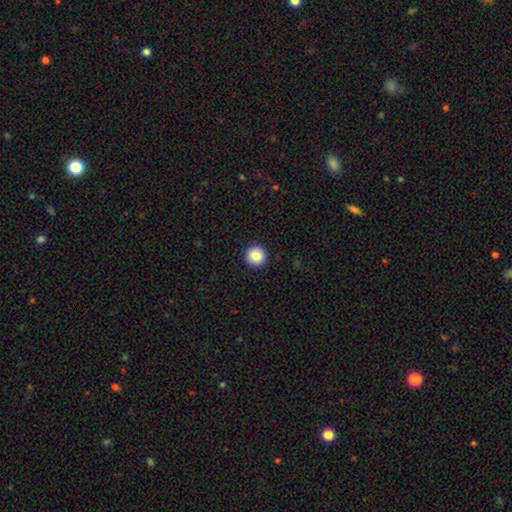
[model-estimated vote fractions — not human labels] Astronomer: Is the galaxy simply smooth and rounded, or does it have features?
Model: smooth — 84%.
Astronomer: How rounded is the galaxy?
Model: round — 96%.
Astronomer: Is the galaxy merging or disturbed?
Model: none — 94%.